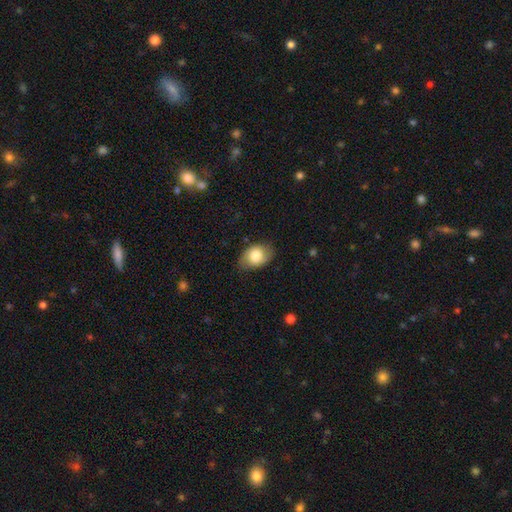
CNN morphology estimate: The model was most divided on "merging": none: 78%, minor disturbance: 17%, major disturbance: 4%, merger: 1%. More confident: how rounded — in between (80%); smooth or featured — smooth (80%).